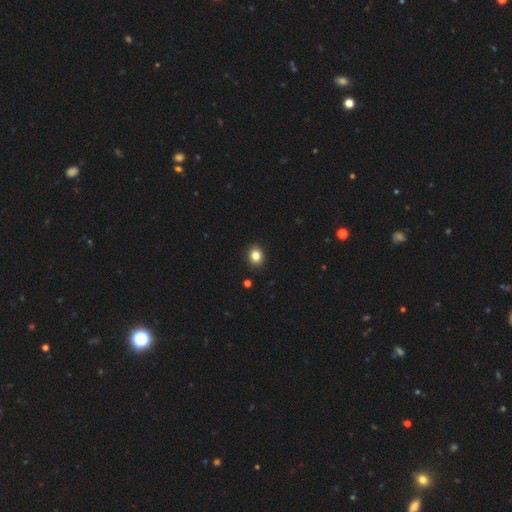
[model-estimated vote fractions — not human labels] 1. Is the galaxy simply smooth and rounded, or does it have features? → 84% smooth, 11% star or artifact, 6% featured or disk.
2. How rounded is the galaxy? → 63% round, 37% in between, 1% cigar-shaped.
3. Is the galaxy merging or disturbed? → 91% none, 6% minor disturbance, 2% major disturbance, 1% merger.